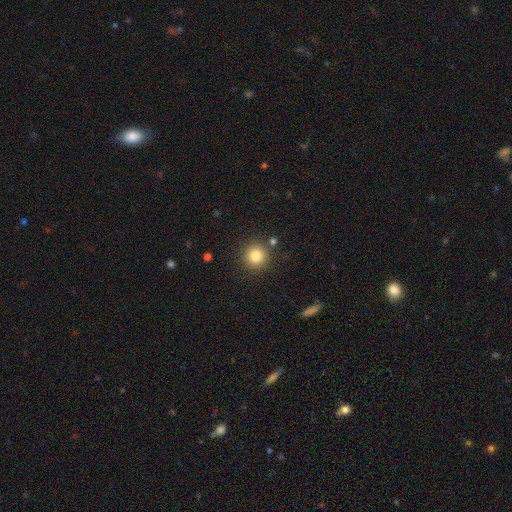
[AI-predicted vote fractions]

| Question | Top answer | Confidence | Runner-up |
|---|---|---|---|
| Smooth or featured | smooth | 83% | star or artifact (11%) |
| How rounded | round | 94% | in between (5%) |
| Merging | none | 87% | minor disturbance (7%) |